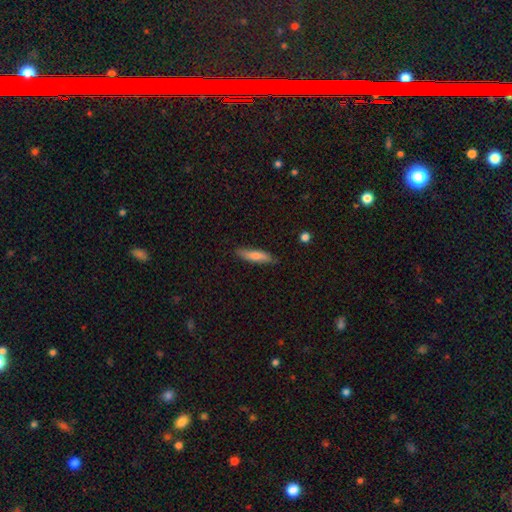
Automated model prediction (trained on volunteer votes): Overall: smooth (75%). How rounded: cigar-shaped (72%). Merging: none (81%).